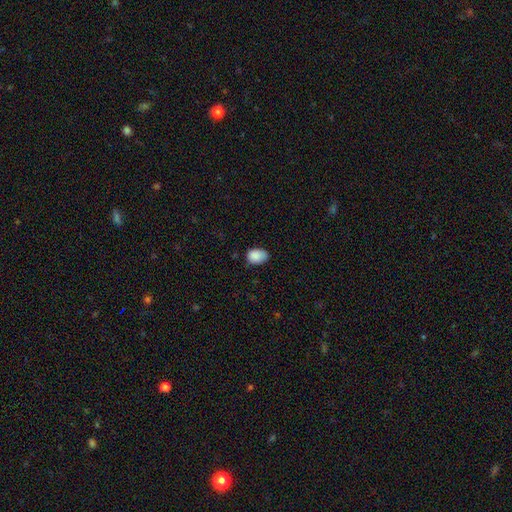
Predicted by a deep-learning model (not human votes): Smooth or featured? Predicted: smooth (p=0.88). How rounded? Predicted: in between (p=0.80). Merging? Predicted: none (p=0.63).